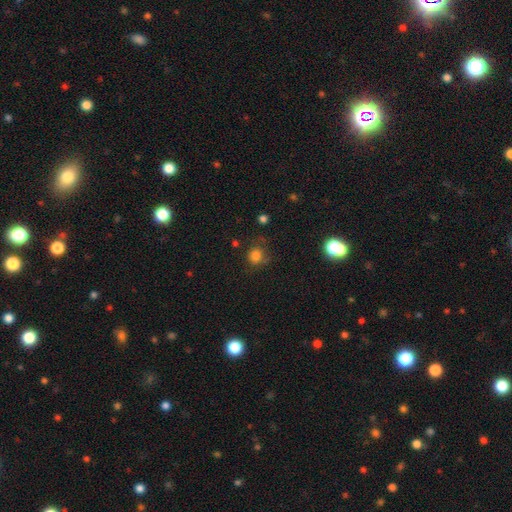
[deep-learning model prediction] Overall: smooth (78%). How rounded: round (83%). Merging: none (64%).